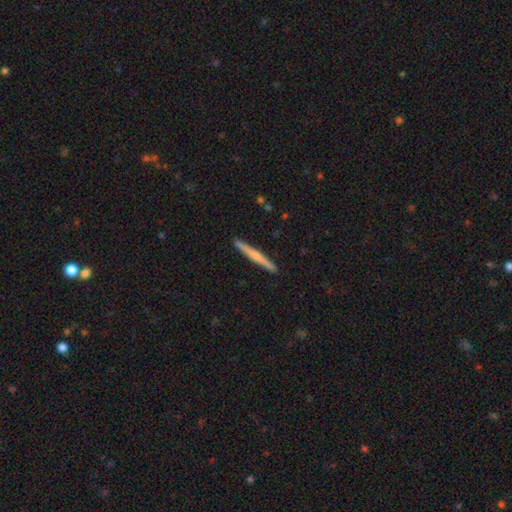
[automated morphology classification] A featured or disk galaxy (55%) viewed edge-on (98%) with a rounded central bulge (62%). Merging: none (92%).